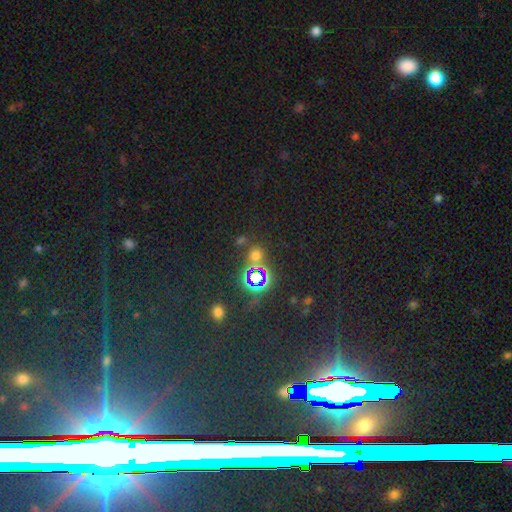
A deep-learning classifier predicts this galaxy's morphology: This appears to be a star or artifact, not a galaxy (47%, tied with smooth).